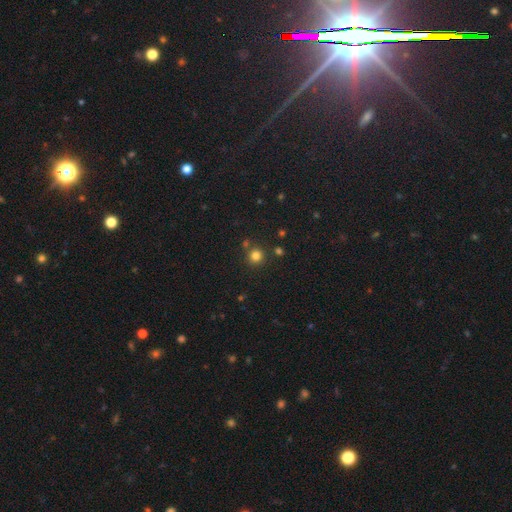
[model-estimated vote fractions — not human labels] smooth_or_featured: smooth (p=0.79) [alt: star or artifact p=0.16]
how_rounded: round (p=0.93) [alt: in between p=0.06]
merging: none (p=0.81) [alt: merger p=0.09]